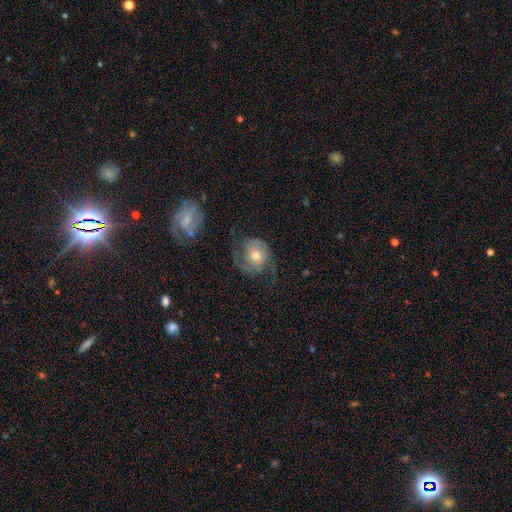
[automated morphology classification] Smooth or featured: featured or disk — 78% (smooth — 15%)
Edge-on disk: no — 97% (yes — 3%)
Bar: no — 64% (weak — 30%)
Spiral arms: yes — 93% (no — 7%)
Spiral winding: medium — 47% (tight — 32%)
Spiral arm count: 2 — 78% (can't tell — 9%)
Bulge size: moderate — 69% (small — 19%)
Merging: none — 60% (minor disturbance — 19%)